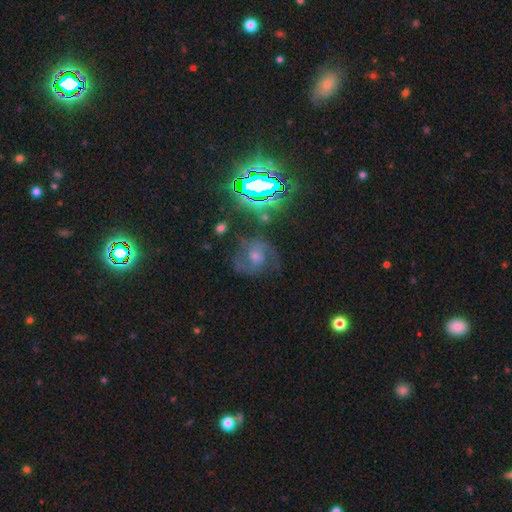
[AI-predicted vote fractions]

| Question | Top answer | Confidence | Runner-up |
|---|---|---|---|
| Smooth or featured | featured or disk | 68% | star or artifact (16%) |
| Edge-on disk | no | 97% | yes (3%) |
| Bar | no | 54% | weak (36%) |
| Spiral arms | yes | 92% | no (8%) |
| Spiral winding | medium | 55% | loose (24%) |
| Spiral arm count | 2 | 77% | can't tell (10%) |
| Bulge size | moderate | 41% | small (40%) |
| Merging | none | 59% | minor disturbance (20%) |